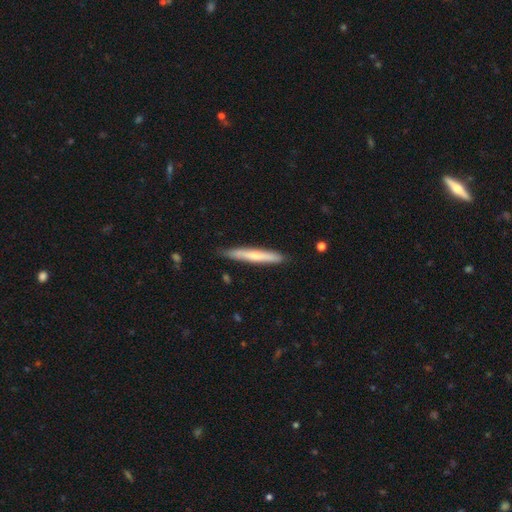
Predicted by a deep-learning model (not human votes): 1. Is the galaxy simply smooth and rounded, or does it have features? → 59% smooth, 36% featured or disk, 5% star or artifact.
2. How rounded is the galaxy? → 95% cigar-shaped, 4% in between, 1% round.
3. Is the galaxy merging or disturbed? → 84% none, 13% minor disturbance, 2% major disturbance, 1% merger.